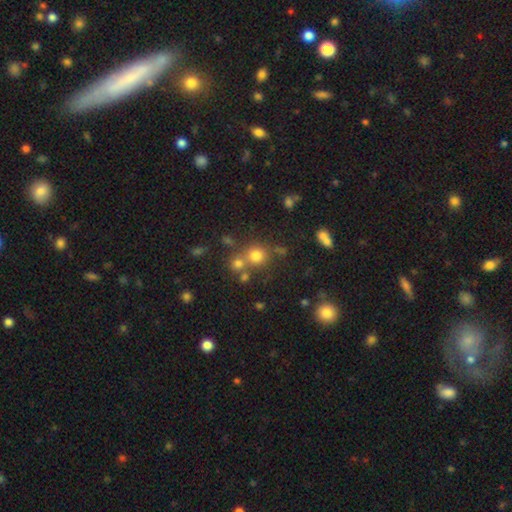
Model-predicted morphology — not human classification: smooth 72%, star or artifact 19%, featured or disk 9%. Down the decision tree: how rounded — round (89%); merging — none (62%).